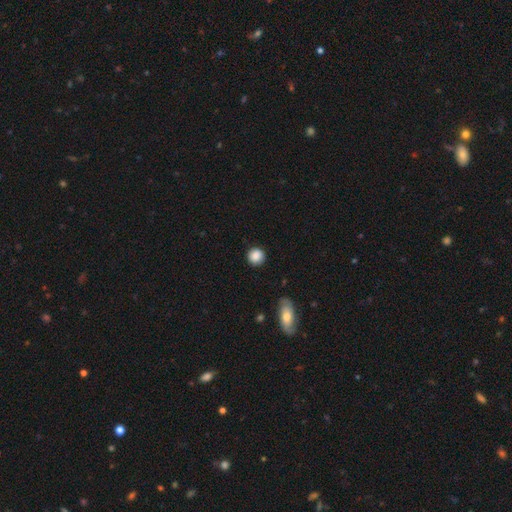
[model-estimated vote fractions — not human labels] This appears to be a smooth galaxy with no disk features (86%) that is round (90%). Merging: none (86%).